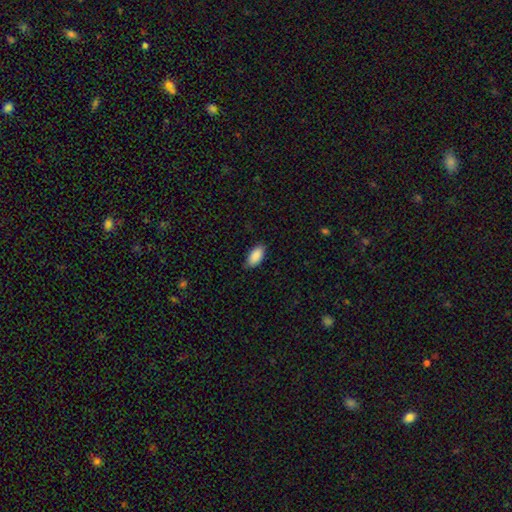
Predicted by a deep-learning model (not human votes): Smooth or featured?
  - smooth: 90% *
  - star or artifact: 6%
  - featured or disk: 4%
How rounded?
  - in between: 93% *
  - cigar-shaped: 5%
  - round: 2%
Merging?
  - none: 83% *
  - minor disturbance: 14%
  - major disturbance: 2%
  - merger: 1%